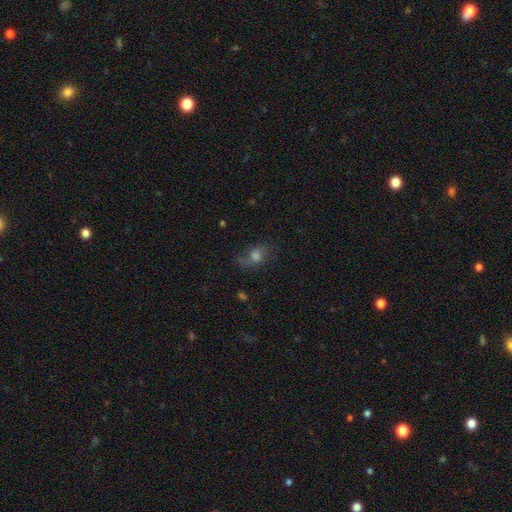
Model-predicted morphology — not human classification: A smooth galaxy with no disk features (45%). Merging: none (56%).